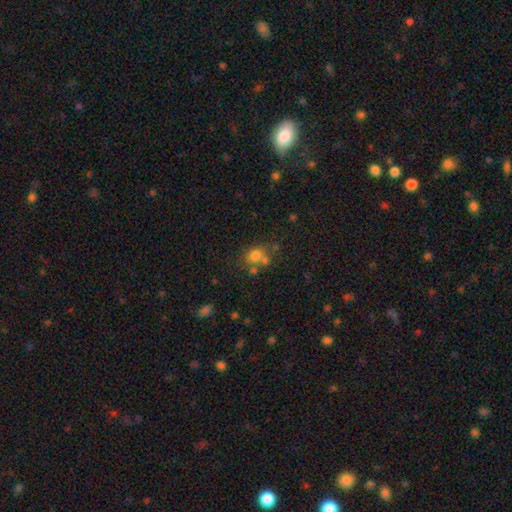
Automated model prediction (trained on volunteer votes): A smooth galaxy with no disk features (70%) that is round (63%). Merging: none (47%).